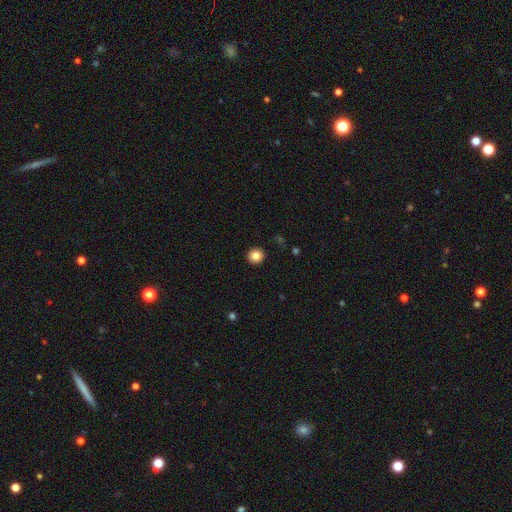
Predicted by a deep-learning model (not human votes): smooth_or_featured: smooth (p=0.84) [alt: star or artifact p=0.10]
how_rounded: round (p=0.93) [alt: in between p=0.06]
merging: none (p=0.93) [alt: minor disturbance p=0.05]